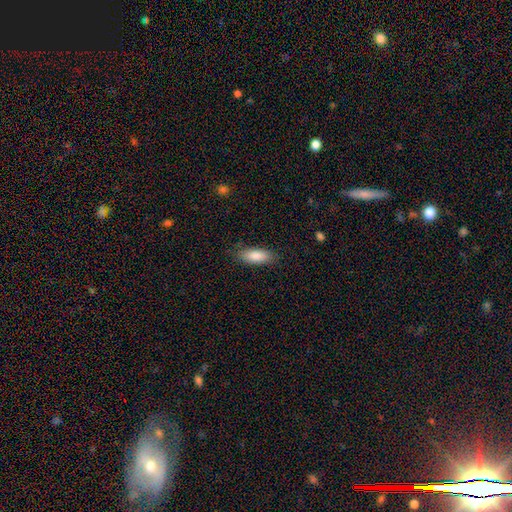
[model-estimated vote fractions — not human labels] smooth-or-featured: smooth: 86% | featured or disk: 8% | star or artifact: 6%
  how-rounded: in between: 71% | cigar-shaped: 27% | round: 2%
  merging: none: 85% | minor disturbance: 11% | major disturbance: 3% | merger: 1%